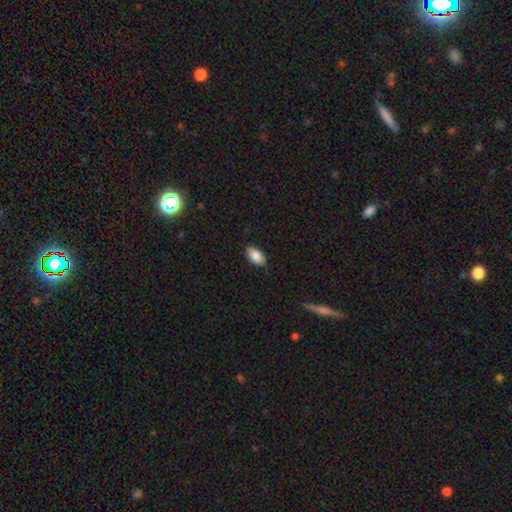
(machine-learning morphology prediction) type=smooth (87%); roundness=in between (93%); merging=none (84%).